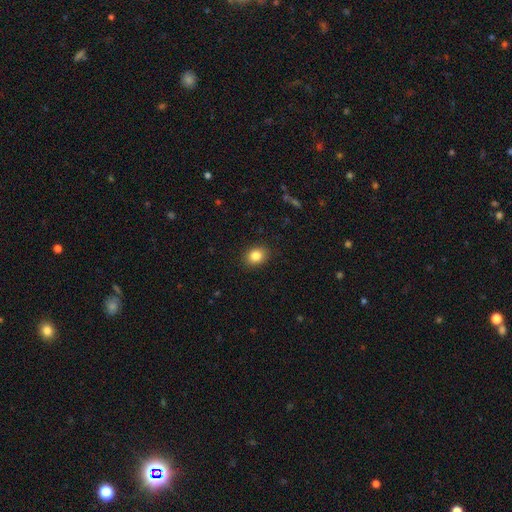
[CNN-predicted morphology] Smooth or featured? smooth (85%)
How rounded? in between (51%)
Merging? none (89%)